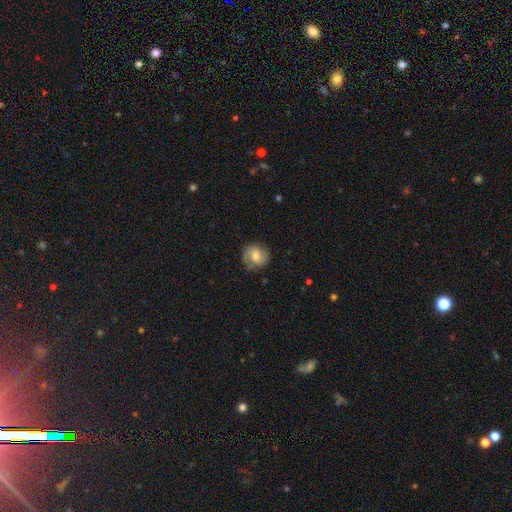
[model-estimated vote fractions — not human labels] The model was most divided on "spiral winding": medium: 45%, tight: 36%, loose: 19%. More confident: edge-on disk — no (97%); spiral arms — yes (89%); spiral arm count — 2 (84%); merging — none (80%); bulge size — moderate (65%); smooth or featured — featured or disk (60%); bar — no (55%).